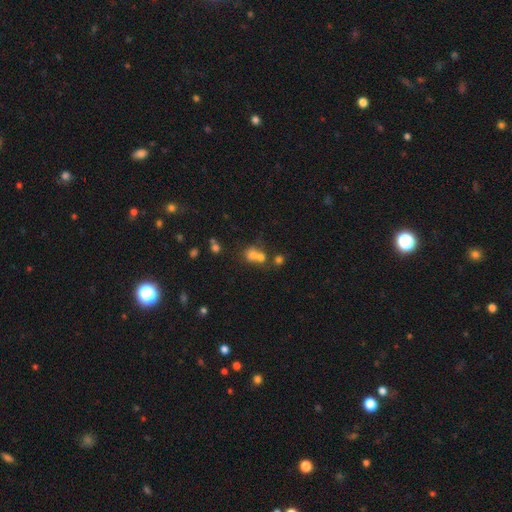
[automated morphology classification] Smooth or featured? smooth (64%)
How rounded? round (67%)
Merging? merger (56%)